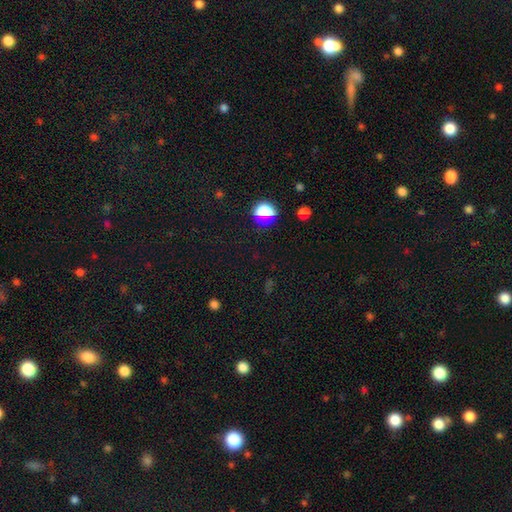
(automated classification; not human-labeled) Smooth or featured? star or artifact (64%)